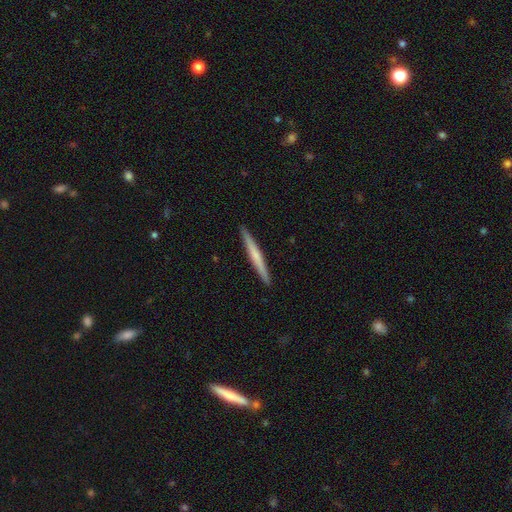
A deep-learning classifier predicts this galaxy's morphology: A smooth galaxy with no disk features (49%). Merging: none (93%).